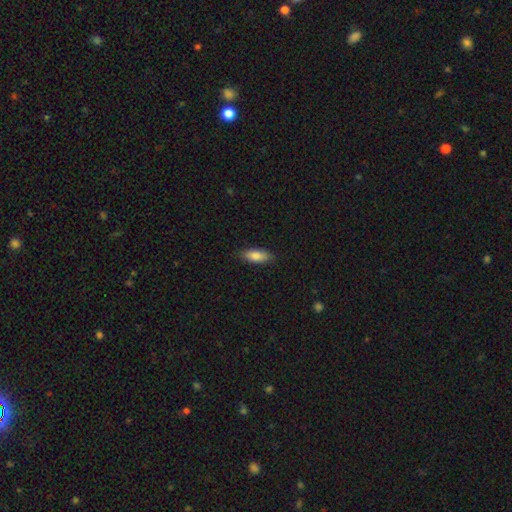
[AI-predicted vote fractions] Q: Smooth or featured?
A: smooth (86%); runner-up: featured or disk (8%)
Q: How rounded?
A: in between (77%); runner-up: cigar-shaped (21%)
Q: Merging?
A: none (86%); runner-up: minor disturbance (11%)